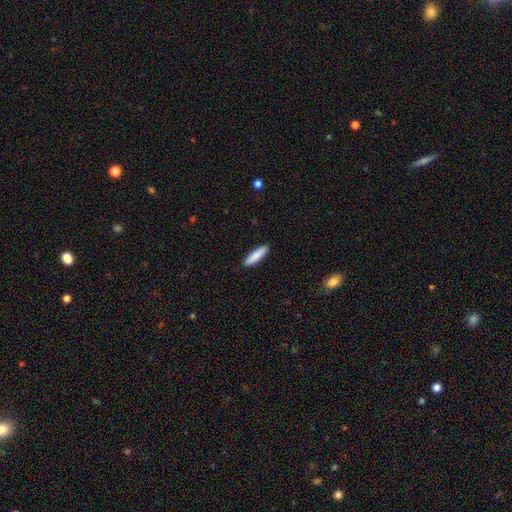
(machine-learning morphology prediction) This appears to be a smooth galaxy with no disk features (85%) that is cigar-shaped (71%). Merging: none (91%).